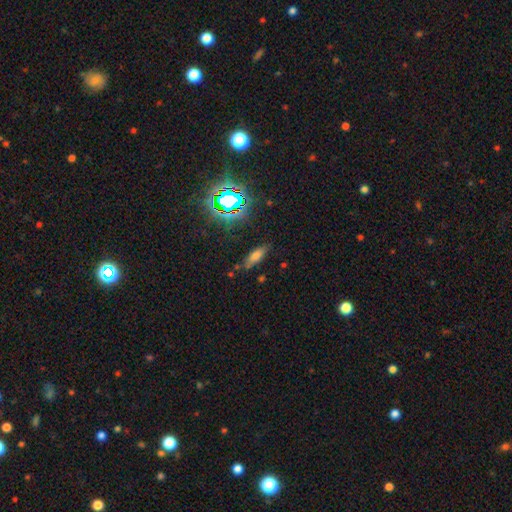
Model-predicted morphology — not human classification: The model was most divided on "how rounded": in between: 57%, cigar-shaped: 39%, round: 4%. More confident: merging — none (76%); smooth or featured — smooth (58%).